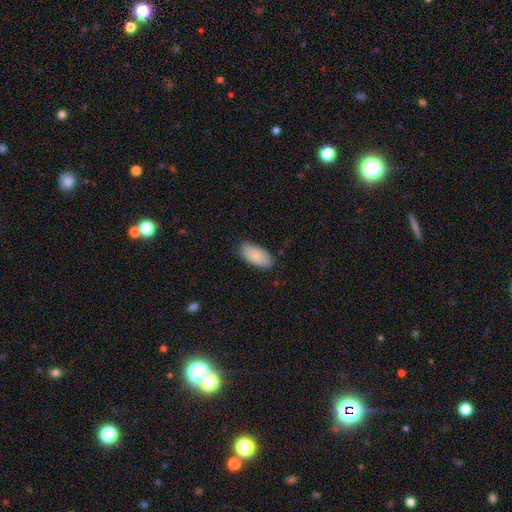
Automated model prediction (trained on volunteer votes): Smooth or featured? smooth (85%)
How rounded? in between (93%)
Merging? none (81%)